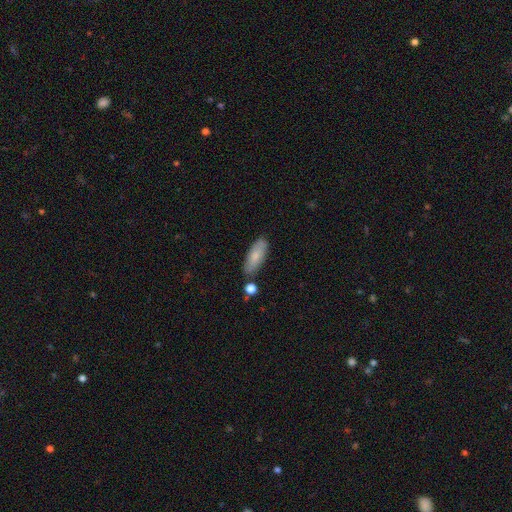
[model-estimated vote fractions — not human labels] Smooth or featured: smooth — 77% (featured or disk — 17%)
How rounded: in between — 74% (cigar-shaped — 24%)
Merging: none — 77% (minor disturbance — 15%)